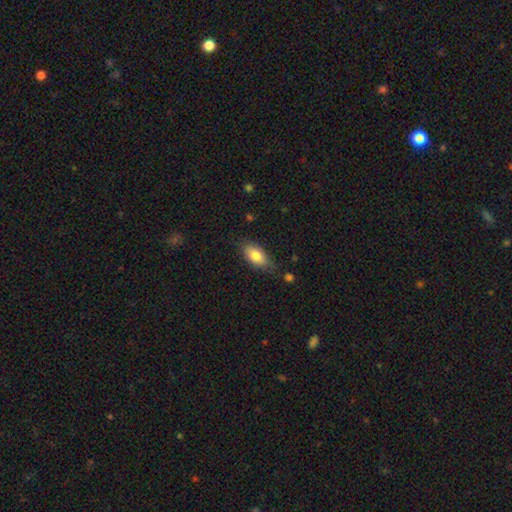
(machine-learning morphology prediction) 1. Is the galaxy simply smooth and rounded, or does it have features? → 80% smooth, 13% featured or disk, 7% star or artifact.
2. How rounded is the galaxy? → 89% in between, 7% cigar-shaped, 4% round.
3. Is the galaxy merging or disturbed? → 71% none, 22% minor disturbance, 4% major disturbance, 2% merger.